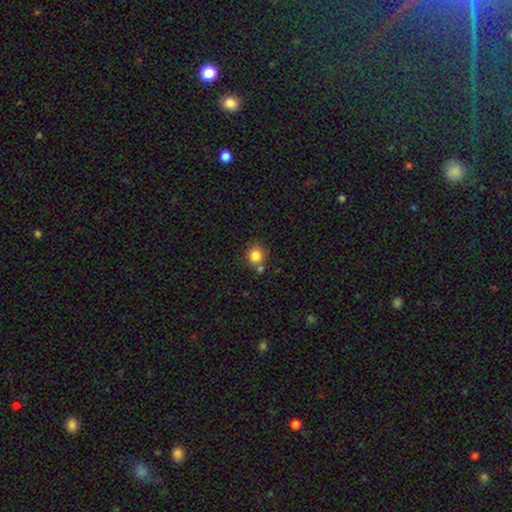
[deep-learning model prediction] Overall: smooth (83%). How rounded: round (87%). Merging: none (71%).